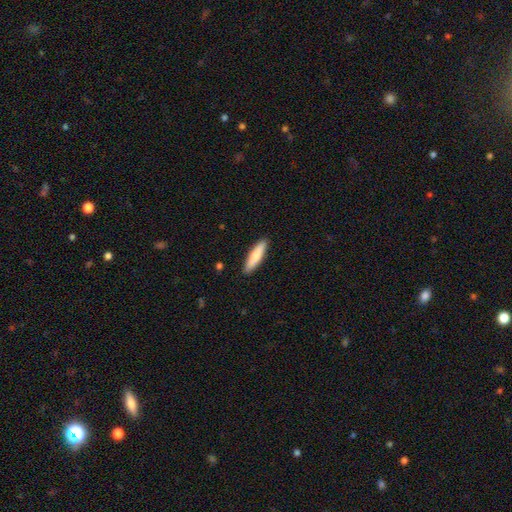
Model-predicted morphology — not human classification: Smooth or featured? smooth (80%)
How rounded? cigar-shaped (76%)
Merging? none (90%)